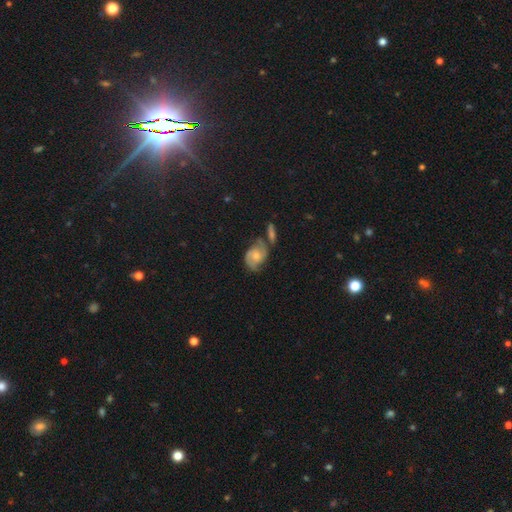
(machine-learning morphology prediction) This is likely a featured or disk galaxy (64%). It is clearly not viewed edge-on (97%). Bar: likely no (69%). Spiral arm pattern: clearly yes (89%). Spiral arm count: likely 2 (79%). Spiral winding: possibly medium (46%). Central bulge: possibly small (46%). Merging: possibly none (46%).